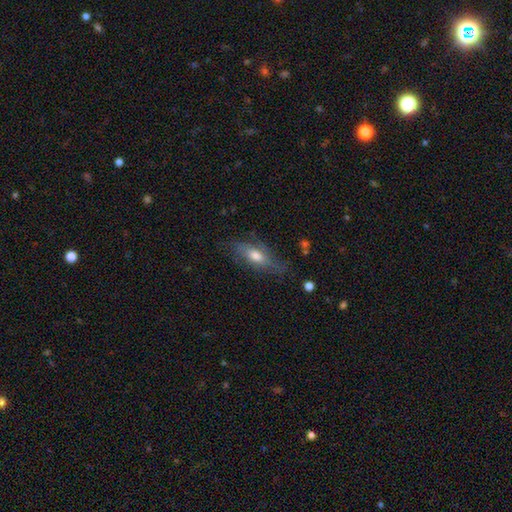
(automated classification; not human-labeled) This appears to be a smooth galaxy with no disk features (54%) that is in between round and cigar-shaped (70%). Merging: none (65%).